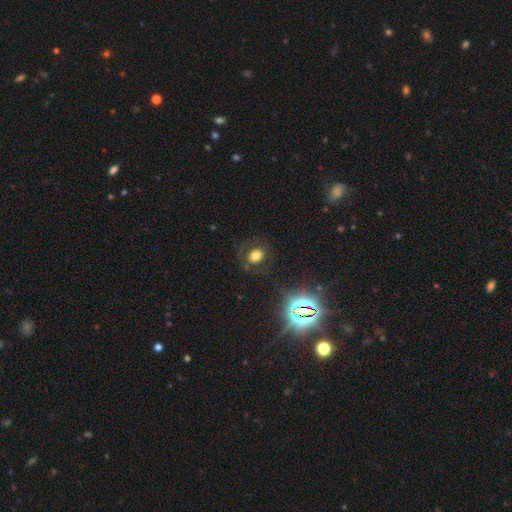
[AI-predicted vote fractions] Morphology: type=smooth (60%); roundness=round (59%); merging=none (76%).